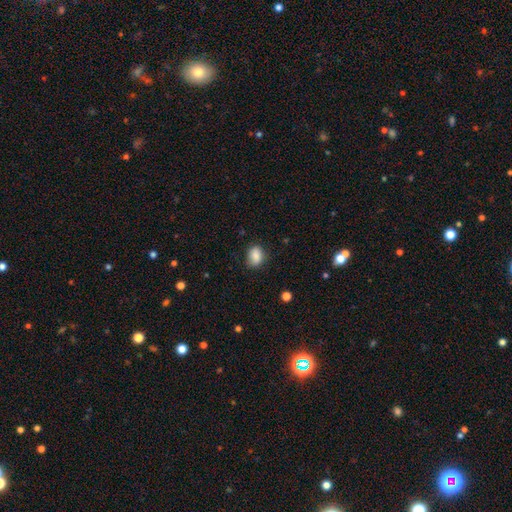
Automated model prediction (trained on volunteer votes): This is clearly a smooth galaxy (86%). How rounded: likely in between (72%). Merging: likely none (76%).